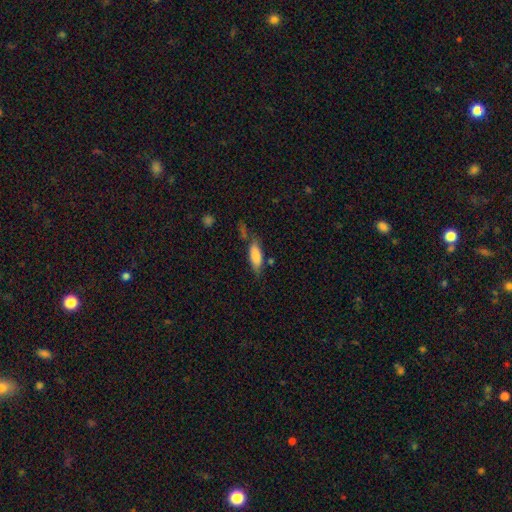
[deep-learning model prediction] Smooth or featured? Predicted: smooth (p=0.80). How rounded? Predicted: in between (p=0.64). Merging? Predicted: none (p=0.58).